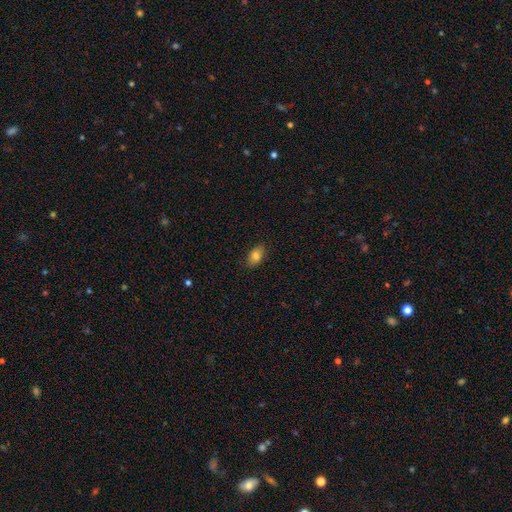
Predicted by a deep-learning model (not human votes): Smooth or featured? Predicted: smooth (p=0.81). How rounded? Predicted: in between (p=0.90). Merging? Predicted: none (p=0.85).